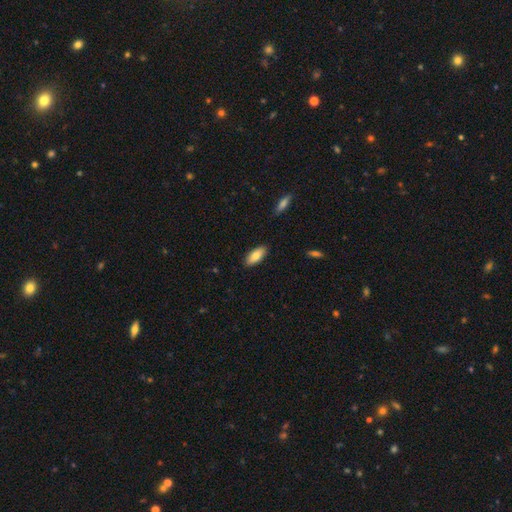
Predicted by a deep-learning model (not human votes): This is clearly a smooth galaxy (80%). How rounded: clearly in between (84%). Merging: clearly none (87%).